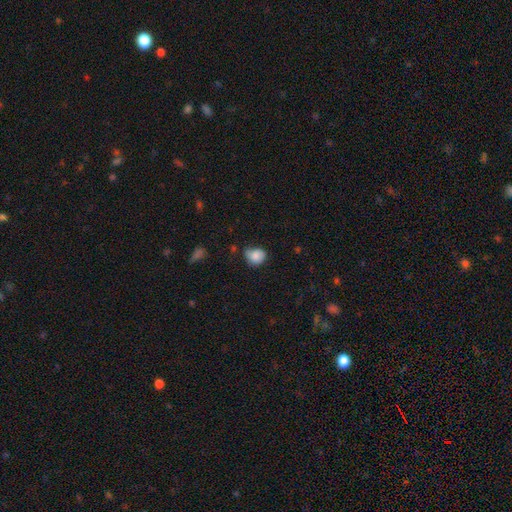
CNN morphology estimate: smooth_or_featured: smooth (p=0.80) [alt: featured or disk p=0.11]
how_rounded: round (p=0.68) [alt: in between p=0.31]
merging: none (p=0.50) [alt: minor disturbance p=0.36]